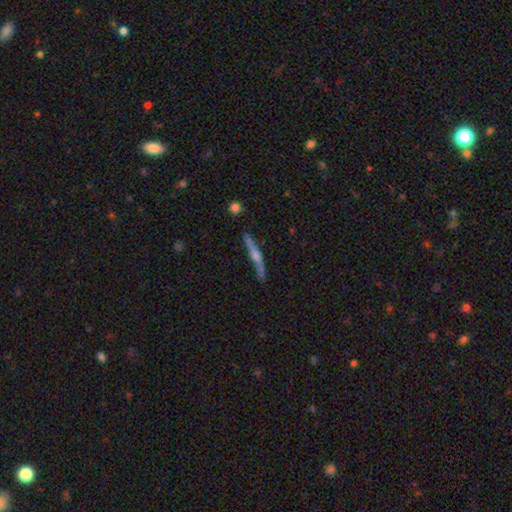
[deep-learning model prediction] Morphology: type=featured or disk (64%); edge-on=yes (96%); edge-on bulge=rounded (69%); merging=none (76%).